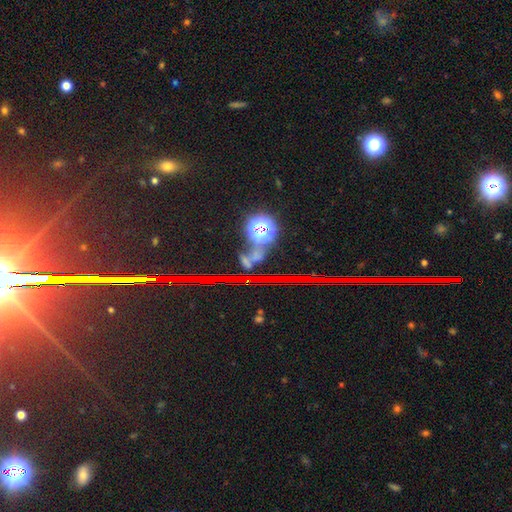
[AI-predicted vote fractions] Morphology: type=star or artifact (69%).